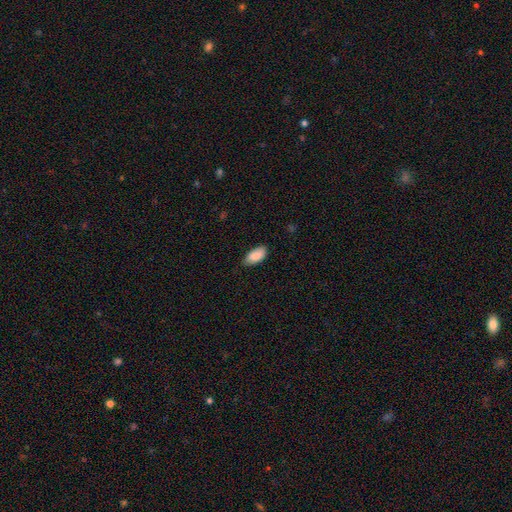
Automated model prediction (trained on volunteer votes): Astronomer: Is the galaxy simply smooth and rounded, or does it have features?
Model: smooth — 88%.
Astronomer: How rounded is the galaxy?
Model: in between — 93%.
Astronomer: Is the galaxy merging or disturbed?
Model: none — 79%.